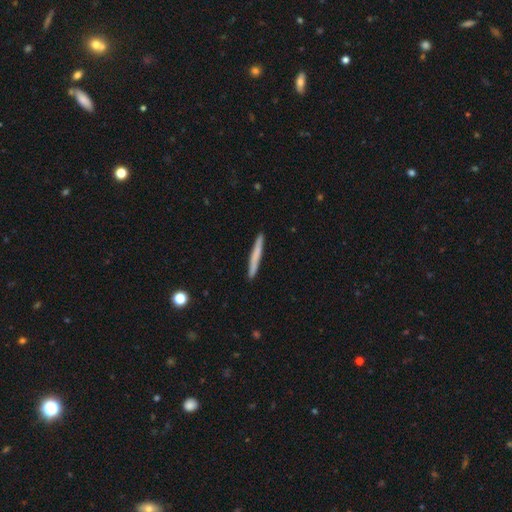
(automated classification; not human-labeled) The model was most divided on "smooth or featured": smooth: 66%, featured or disk: 28%, star or artifact: 6%. More confident: how rounded — cigar-shaped (97%); merging — none (92%).